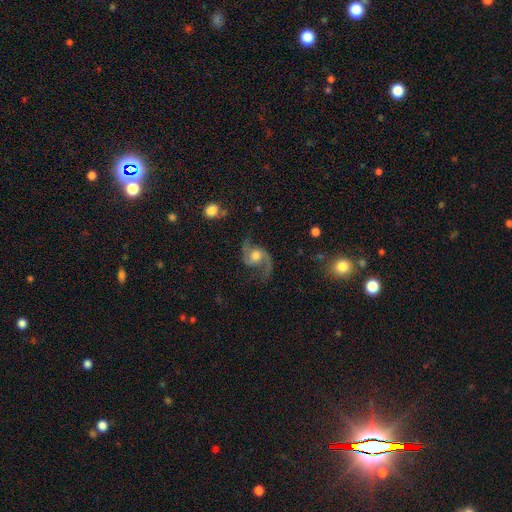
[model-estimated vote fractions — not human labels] A featured or disk galaxy (90%) with no bar (61%), 2 (94%) medium (46%, tied with loose) spiral arms (98%) and a moderate central bulge (61%).

Vote fractions:
- Smooth or featured? featured or disk: 90% / star or artifact: 5% / smooth: 5%
- Edge-on disk? no: 98% / yes: 2%
- Bar? no: 61% / weak: 31% / strong: 8%
- Spiral arms? yes: 98% / no: 2%
- Spiral winding? medium: 46% (tied) / loose: 46% (tied) / tight: 8%
- Spiral arm count? 2: 94% / 1: 2% / can't tell: 1% / 3: 1% / 4: 1% / more than 4: 1%
- Bulge size? moderate: 61% / large: 21% / small: 12% / none: 3% / dominant: 2%
- Merging? none: 75% / minor disturbance: 15% / major disturbance: 8% / merger: 2%